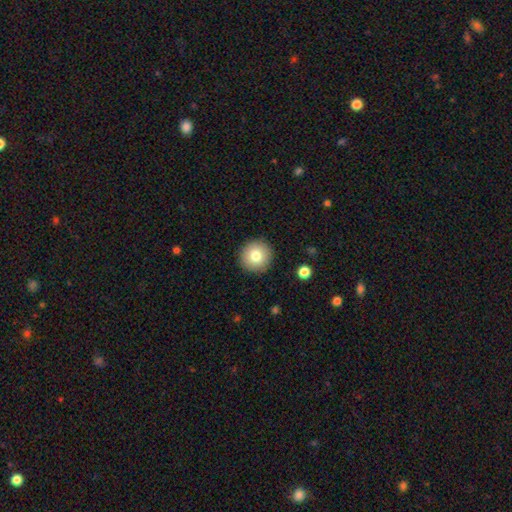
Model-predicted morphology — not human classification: Smooth or featured: smooth — 80% (featured or disk — 11%)
How rounded: round — 95% (in between — 4%)
Merging: none — 91% (minor disturbance — 6%)